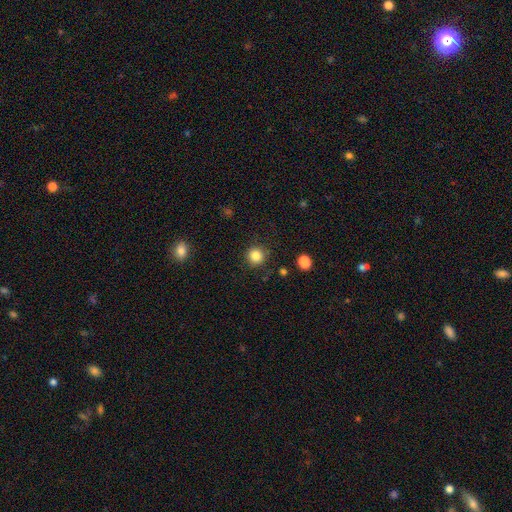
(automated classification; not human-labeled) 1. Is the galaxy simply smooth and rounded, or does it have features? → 84% smooth, 11% star or artifact, 5% featured or disk.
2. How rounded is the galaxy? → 93% round, 6% in between, 1% cigar-shaped.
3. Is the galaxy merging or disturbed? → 89% none, 7% minor disturbance, 3% major disturbance, 2% merger.